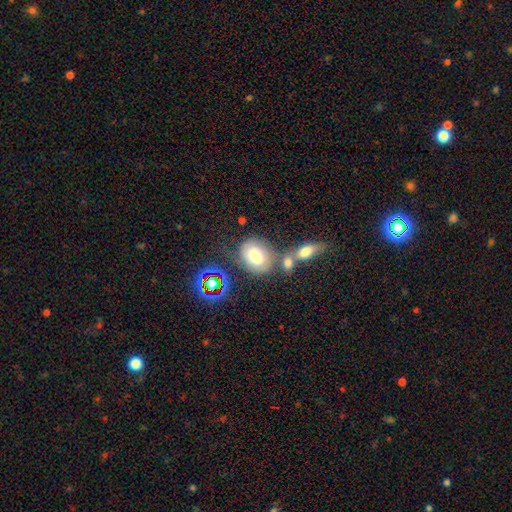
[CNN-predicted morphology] The model was most divided on "merging": none: 51%, merger: 24%, minor disturbance: 17%, major disturbance: 8%. More confident: smooth or featured — smooth (70%); how rounded — in between (69%).